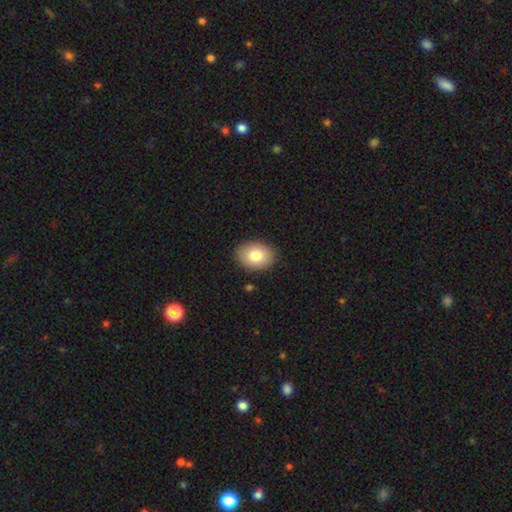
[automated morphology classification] Smooth or featured: smooth — 81% (featured or disk — 12%)
How rounded: in between — 75% (round — 24%)
Merging: none — 88% (minor disturbance — 9%)